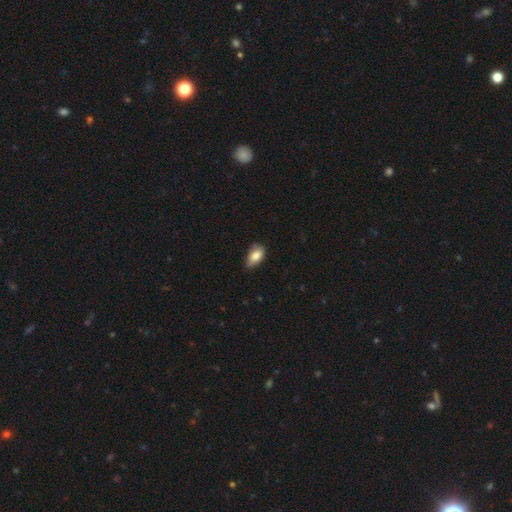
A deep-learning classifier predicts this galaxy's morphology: Overall: smooth (78%). How rounded: in between (89%). Merging: none (48%; minor disturbance 41%).